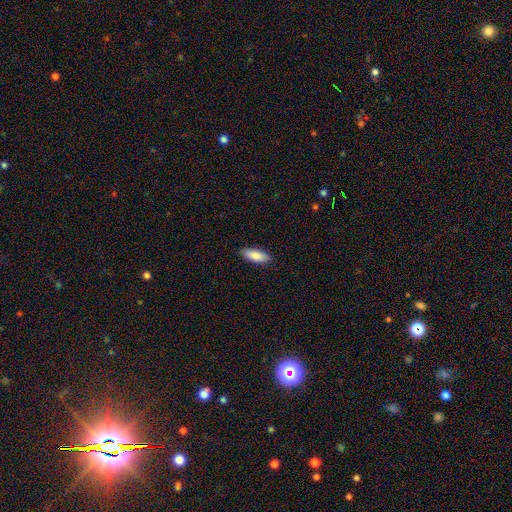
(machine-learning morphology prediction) Q: Smooth or featured?
A: smooth (87%); runner-up: featured or disk (7%)
Q: How rounded?
A: in between (73%); runner-up: cigar-shaped (26%)
Q: Merging?
A: none (89%); runner-up: minor disturbance (9%)